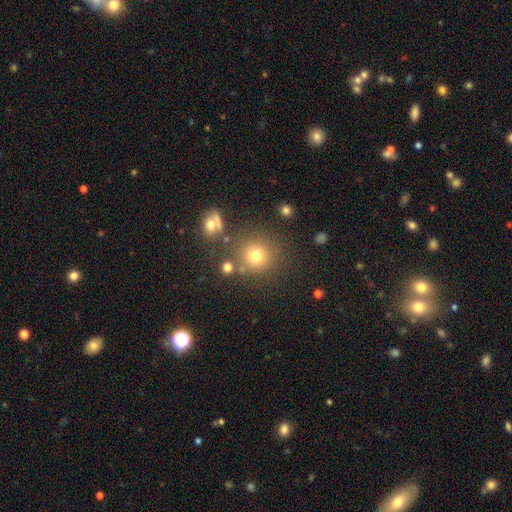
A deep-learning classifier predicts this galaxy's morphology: A smooth galaxy with no disk features (74%) that is round (91%).

Vote fractions:
- Smooth or featured? smooth: 74% / star or artifact: 17% / featured or disk: 9%
- How rounded? round: 91% / in between: 8% / cigar-shaped: 1%
- Merging? none: 77% / minor disturbance: 10% / merger: 9% / major disturbance: 5%